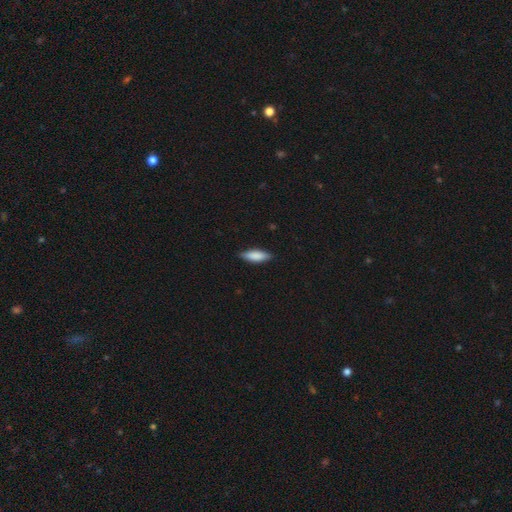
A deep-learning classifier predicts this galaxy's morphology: type=smooth (81%); roundness=in between (55%); merging=none (86%).